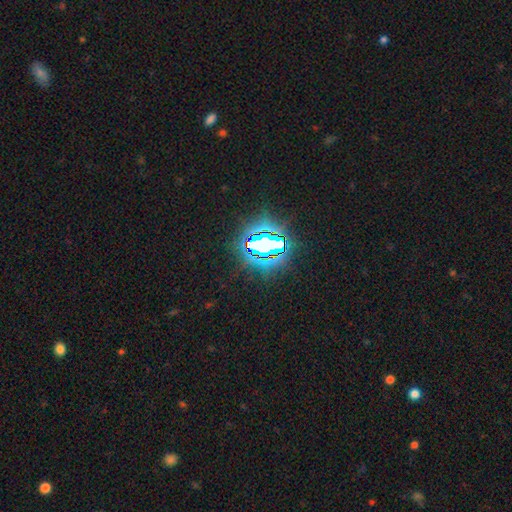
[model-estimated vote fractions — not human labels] smooth_or_featured: star or artifact (p=0.85) [alt: smooth p=0.09]